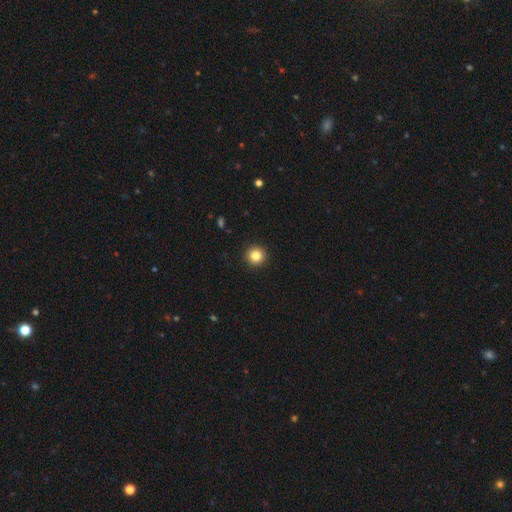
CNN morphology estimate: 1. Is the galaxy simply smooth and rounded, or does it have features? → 83% smooth, 11% star or artifact, 6% featured or disk.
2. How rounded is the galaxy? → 95% round, 4% in between, 1% cigar-shaped.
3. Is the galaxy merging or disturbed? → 93% none, 4% minor disturbance, 2% major disturbance, 1% merger.